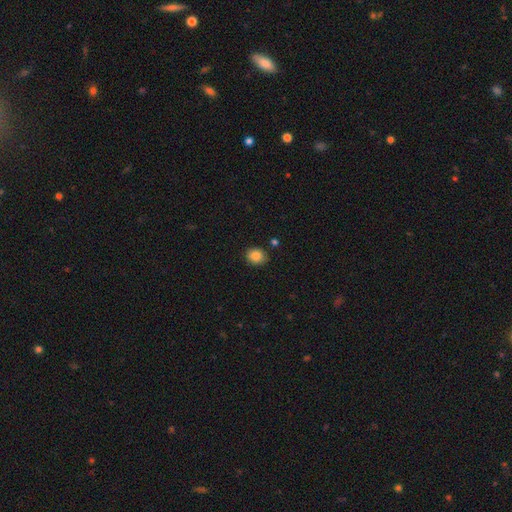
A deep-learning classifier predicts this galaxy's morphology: Smooth or featured? smooth (86%)
How rounded? round (63%)
Merging? none (84%)